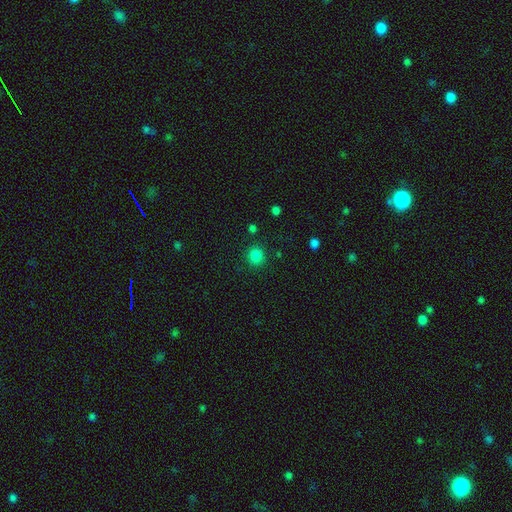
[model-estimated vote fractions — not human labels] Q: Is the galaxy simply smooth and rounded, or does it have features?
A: smooth — 84%.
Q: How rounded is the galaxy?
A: round — 86%.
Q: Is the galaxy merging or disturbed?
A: none — 87%.